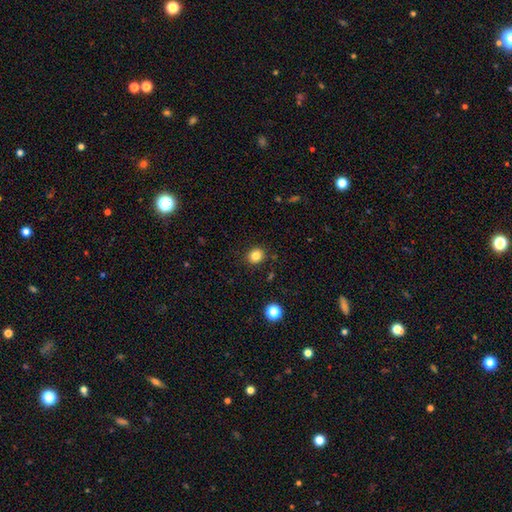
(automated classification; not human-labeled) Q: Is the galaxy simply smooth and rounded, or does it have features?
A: smooth — 82%.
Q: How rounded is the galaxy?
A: round — 74%.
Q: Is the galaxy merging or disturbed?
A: none — 89%.